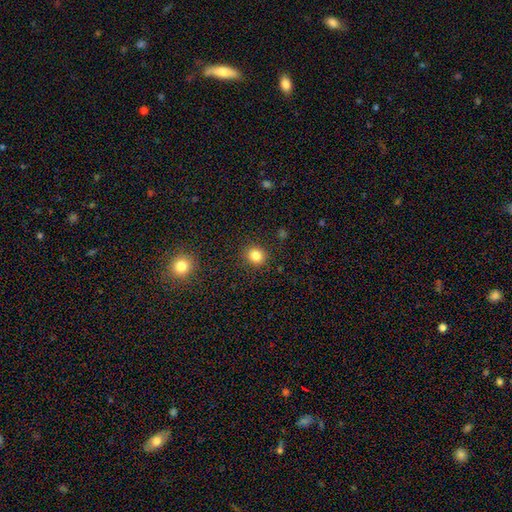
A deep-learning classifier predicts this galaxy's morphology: This is clearly a smooth galaxy (83%). How rounded: clearly round (84%). Merging: clearly none (89%).